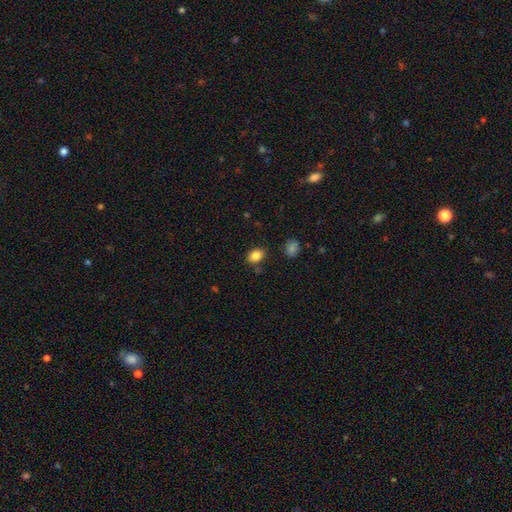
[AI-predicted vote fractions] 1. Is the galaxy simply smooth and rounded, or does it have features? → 85% smooth, 10% star or artifact, 5% featured or disk.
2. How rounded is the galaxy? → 64% in between, 35% round, 1% cigar-shaped.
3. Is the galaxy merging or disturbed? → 81% none, 12% minor disturbance, 4% merger, 3% major disturbance.